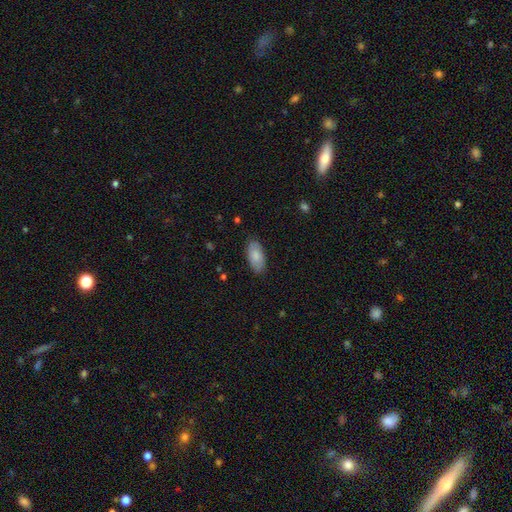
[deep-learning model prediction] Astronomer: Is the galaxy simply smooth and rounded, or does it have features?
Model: smooth — 83%.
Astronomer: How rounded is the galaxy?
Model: in between — 93%.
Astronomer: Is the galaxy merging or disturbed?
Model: none — 84%.